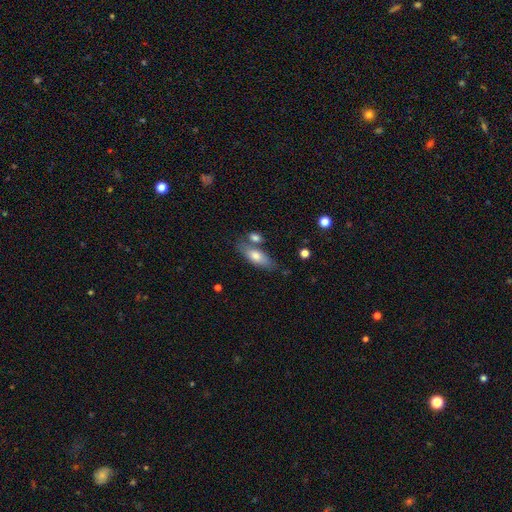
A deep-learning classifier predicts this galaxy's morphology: A smooth galaxy with no disk features (70%) that is in between round and cigar-shaped (67%). Merging: none (64%).